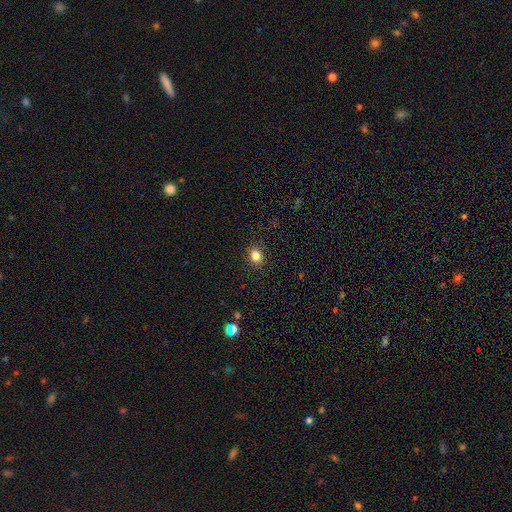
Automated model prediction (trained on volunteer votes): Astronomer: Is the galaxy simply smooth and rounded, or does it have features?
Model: smooth — 83%.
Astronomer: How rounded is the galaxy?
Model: round — 65%.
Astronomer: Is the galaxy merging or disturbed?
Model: none — 90%.